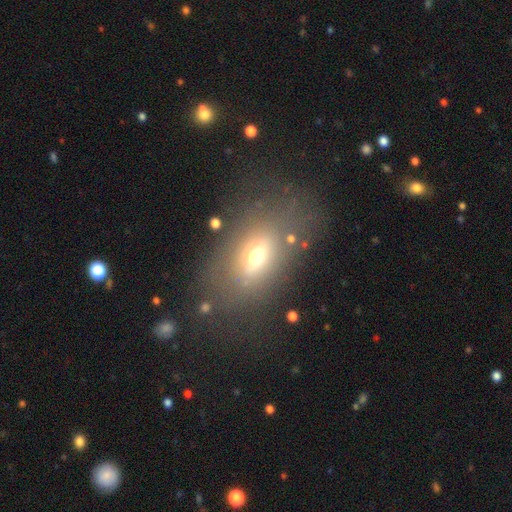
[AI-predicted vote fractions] smooth_or_featured: smooth (p=0.56) [alt: featured or disk p=0.28]
how_rounded: in between (p=0.78) [alt: round p=0.17]
merging: none (p=0.64) [alt: minor disturbance p=0.17]